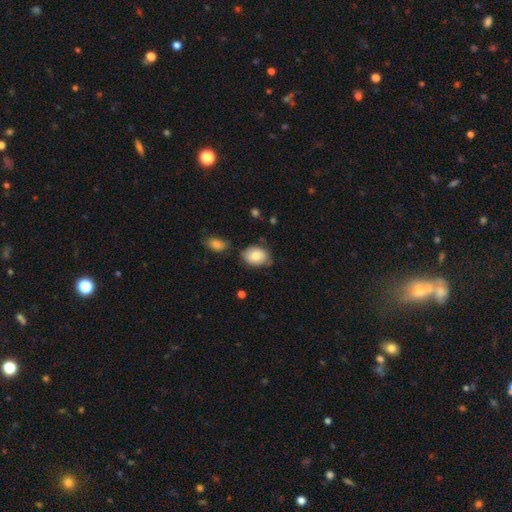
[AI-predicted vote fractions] Morphology: type=smooth (80%); roundness=in between (71%); merging=none (70%).